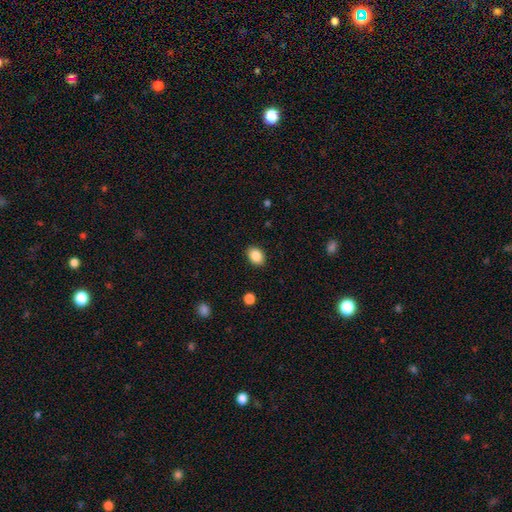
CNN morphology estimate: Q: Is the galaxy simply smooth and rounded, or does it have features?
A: smooth — 87%.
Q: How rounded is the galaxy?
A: in between — 73%.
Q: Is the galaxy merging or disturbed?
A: none — 89%.